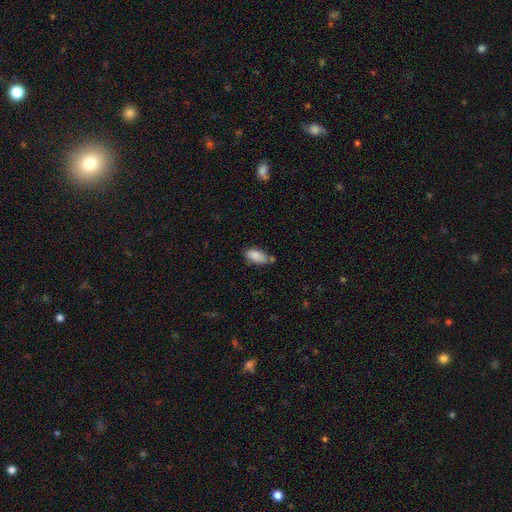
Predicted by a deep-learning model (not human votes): Smooth or featured: smooth — 85% (featured or disk — 8%)
How rounded: in between — 89% (cigar-shaped — 8%)
Merging: none — 56% (minor disturbance — 27%)